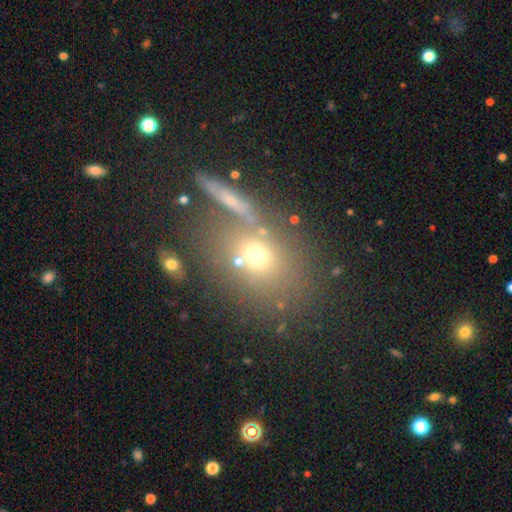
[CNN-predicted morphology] This appears to be a smooth galaxy with no disk features (64%) that is round (54%). Merging: none (59%).